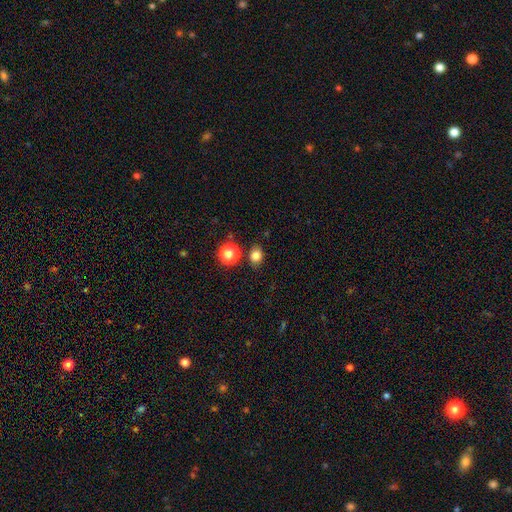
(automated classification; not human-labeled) Morphology: type=smooth (81%); roundness=round (56%); merging=none (80%).